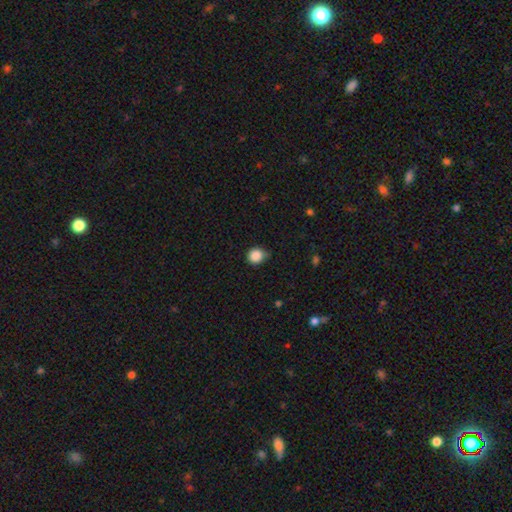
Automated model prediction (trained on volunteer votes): Smooth or featured?
  - smooth: 87% *
  - star or artifact: 10%
  - featured or disk: 3%
How rounded?
  - round: 89% *
  - in between: 11%
  - cigar-shaped: 1%
Merging?
  - none: 74% *
  - minor disturbance: 21%
  - major disturbance: 3%
  - merger: 2%